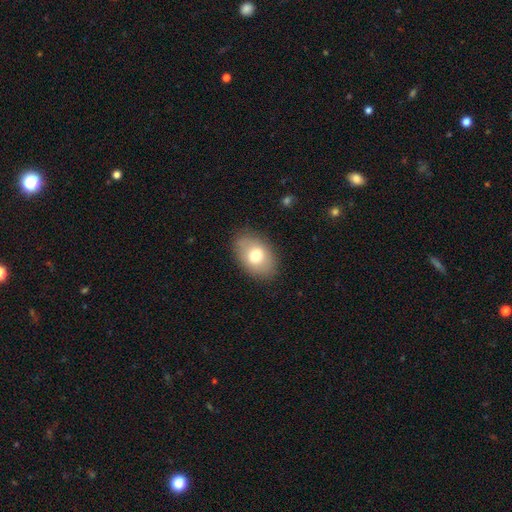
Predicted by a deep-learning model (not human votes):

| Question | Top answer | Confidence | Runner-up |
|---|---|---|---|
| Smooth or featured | smooth | 72% | featured or disk (20%) |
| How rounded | in between | 84% | round (15%) |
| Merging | none | 82% | minor disturbance (13%) |